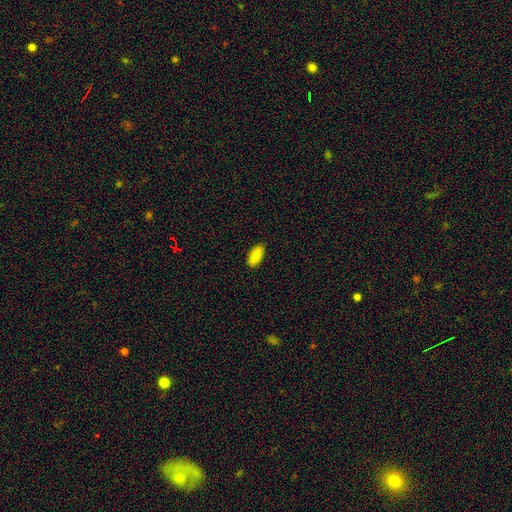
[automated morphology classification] smooth 89%, star or artifact 7%, featured or disk 4%. Down the decision tree: how rounded — in between (90%); merging — none (87%).